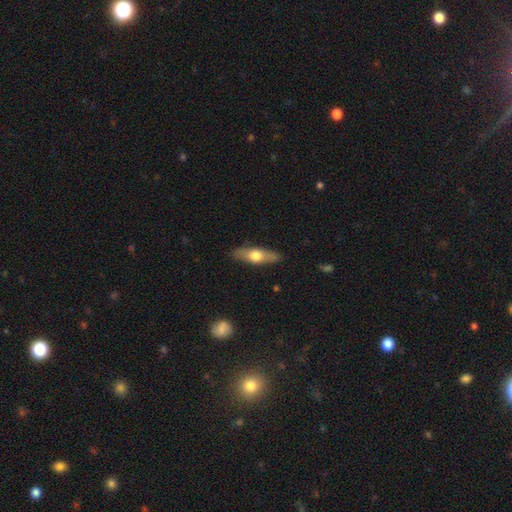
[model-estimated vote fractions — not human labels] Smooth or featured: smooth — 51% (featured or disk — 44%)
How rounded: cigar-shaped — 55% (in between — 41%)
Merging: none — 87% (minor disturbance — 10%)